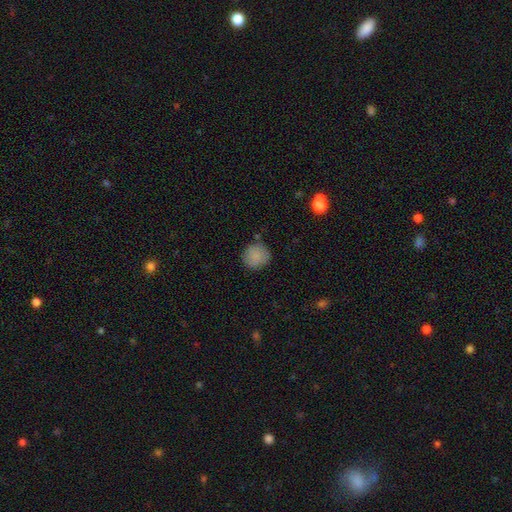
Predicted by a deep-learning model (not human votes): smooth 86%, star or artifact 9%, featured or disk 5%. Down the decision tree: how rounded — round (92%); merging — none (80%).